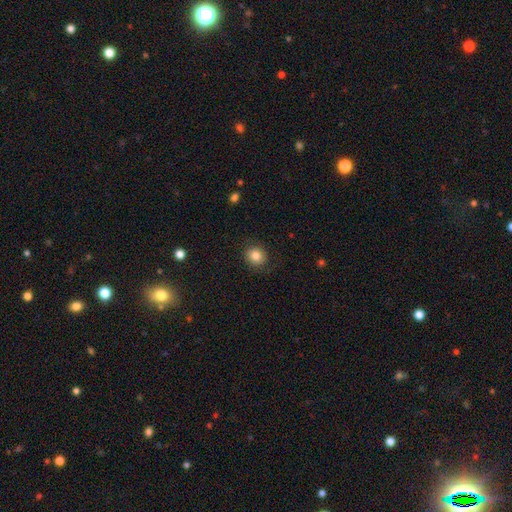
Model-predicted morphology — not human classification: The model was most divided on "how rounded": round: 84%, in between: 15%, cigar-shaped: 1%. More confident: merging — none (86%); smooth or featured — smooth (83%).